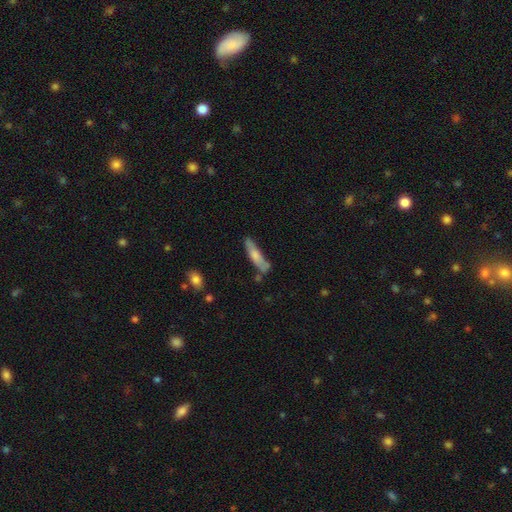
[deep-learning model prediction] A smooth galaxy with no disk features (67%) that is cigar-shaped (80%).

Vote fractions:
- Smooth or featured? smooth: 67% / featured or disk: 27% / star or artifact: 6%
- How rounded? cigar-shaped: 80% / in between: 18% / round: 2%
- Merging? none: 62% / minor disturbance: 23% / merger: 8% / major disturbance: 7%